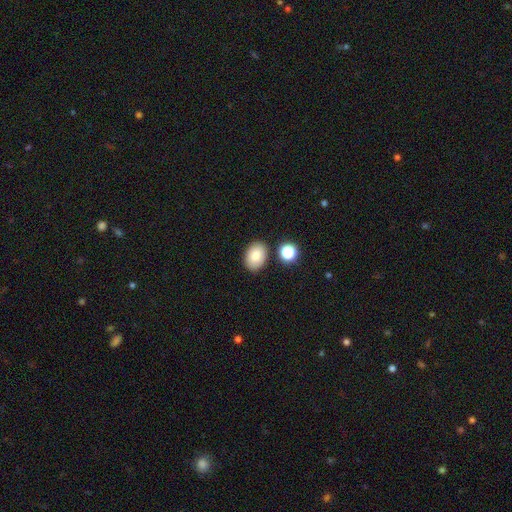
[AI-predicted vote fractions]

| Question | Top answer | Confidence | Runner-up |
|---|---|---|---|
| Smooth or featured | smooth | 82% | star or artifact (10%) |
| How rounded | in between | 79% | round (20%) |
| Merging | none | 83% | minor disturbance (10%) |